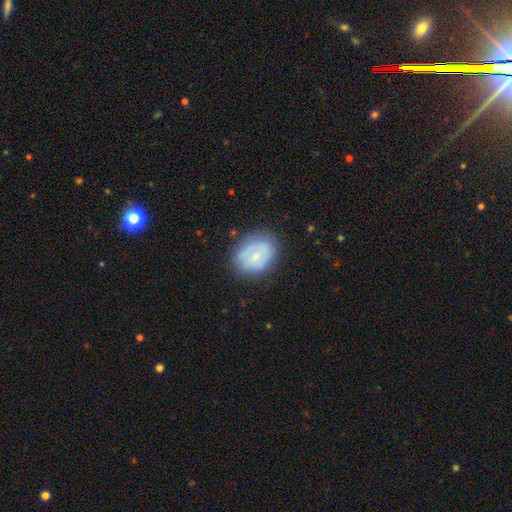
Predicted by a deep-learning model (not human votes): Smooth or featured?
  - smooth: 59% *
  - featured or disk: 33%
  - star or artifact: 7%
How rounded?
  - in between: 59% *
  - round: 40%
  - cigar-shaped: 1%
Merging?
  - none: 76% *
  - minor disturbance: 17%
  - major disturbance: 5%
  - merger: 2%